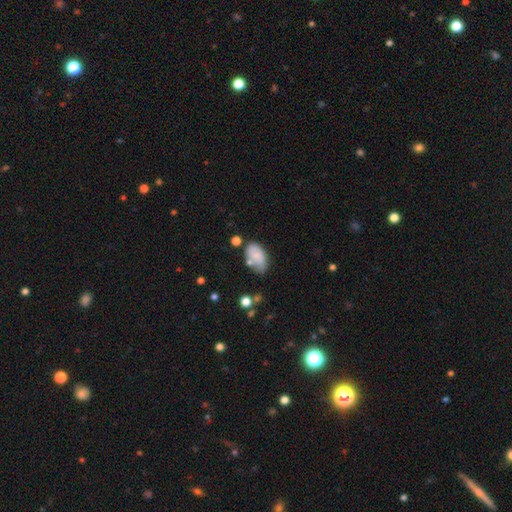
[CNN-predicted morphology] smooth_or_featured: smooth (p=0.78) [alt: featured or disk p=0.14]
how_rounded: in between (p=0.93) [alt: round p=0.06]
merging: none (p=0.50) [alt: minor disturbance p=0.29]